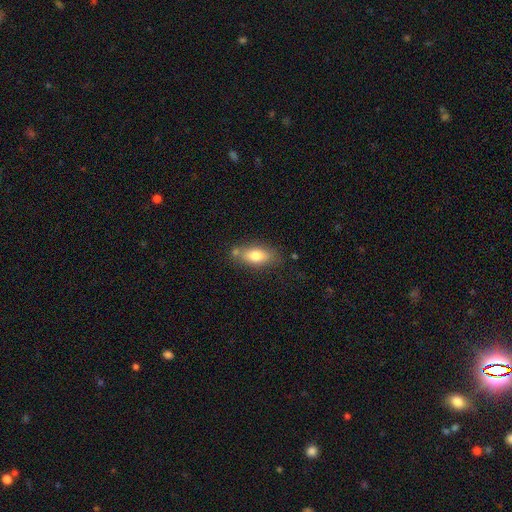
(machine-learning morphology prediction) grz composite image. It shows a smooth galaxy with no disk features (75%) that is in between round and cigar-shaped (81%). Merging: none (69%).